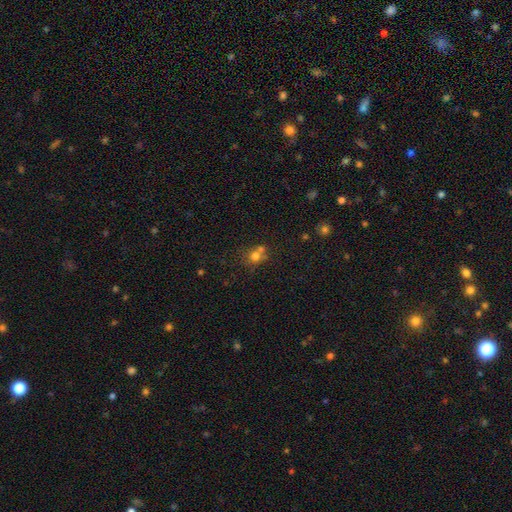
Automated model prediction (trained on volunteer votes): Overall: smooth (71%). How rounded: round (78%). Merging: merger (43%, tied with none).